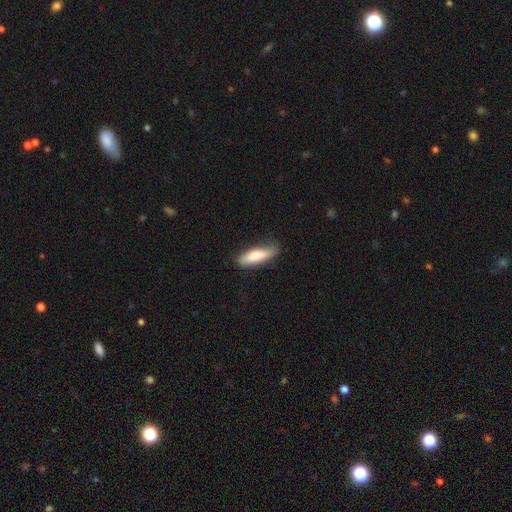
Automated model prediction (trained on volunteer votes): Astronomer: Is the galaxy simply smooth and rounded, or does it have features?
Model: smooth — 77%.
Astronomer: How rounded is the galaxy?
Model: cigar-shaped — 63%.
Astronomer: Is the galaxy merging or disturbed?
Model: none — 70%.